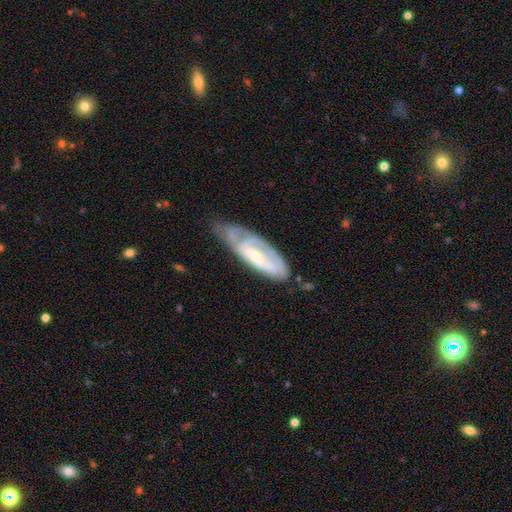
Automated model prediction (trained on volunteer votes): The model was most divided on "merging": none: 42%, minor disturbance: 34%, major disturbance: 20%, merger: 3%. More confident: edge-on disk — no (86%); spiral arms — yes (78%); smooth or featured — featured or disk (68%); bulge size — small (55%); bar — no (53%).